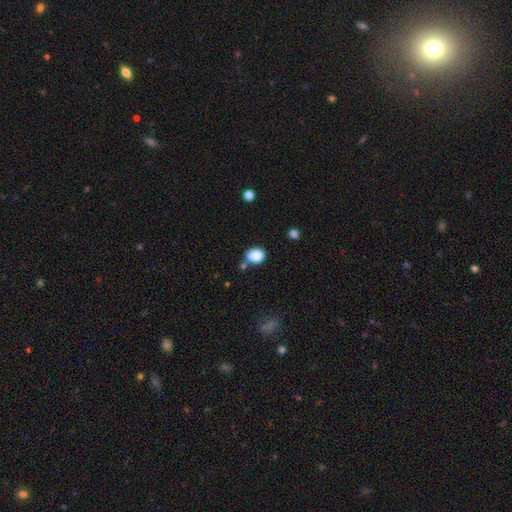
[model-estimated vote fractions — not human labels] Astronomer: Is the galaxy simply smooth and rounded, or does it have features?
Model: smooth — 87%.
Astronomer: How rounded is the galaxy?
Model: in between — 53% (runner-up: round, 46%).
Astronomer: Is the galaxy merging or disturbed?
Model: none — 66%.